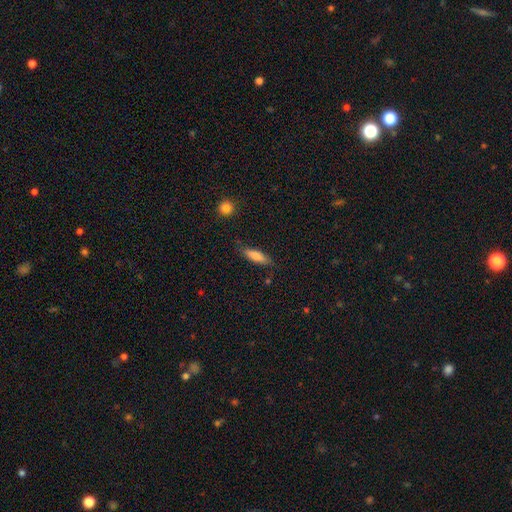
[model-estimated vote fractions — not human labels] smooth-or-featured: smooth: 78% | featured or disk: 15% | star or artifact: 7%
  how-rounded: cigar-shaped: 54% | in between: 44% | round: 2%
  merging: none: 79% | minor disturbance: 16% | major disturbance: 4% | merger: 2%